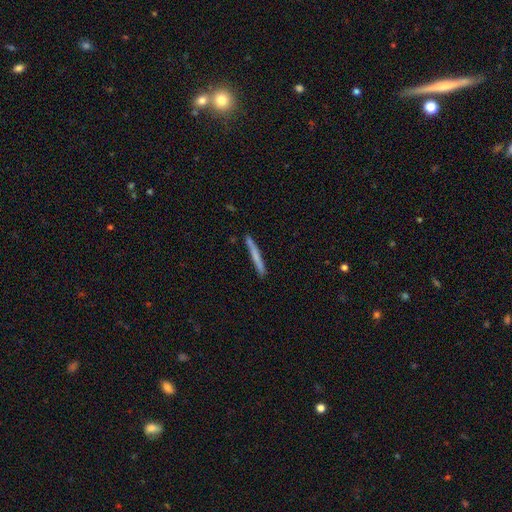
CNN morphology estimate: smooth-or-featured: smooth: 63% | featured or disk: 31% | star or artifact: 6%
  how-rounded: cigar-shaped: 97% | in between: 2% | round: 1%
  merging: none: 90% | minor disturbance: 8% | merger: 1% | major disturbance: 1%